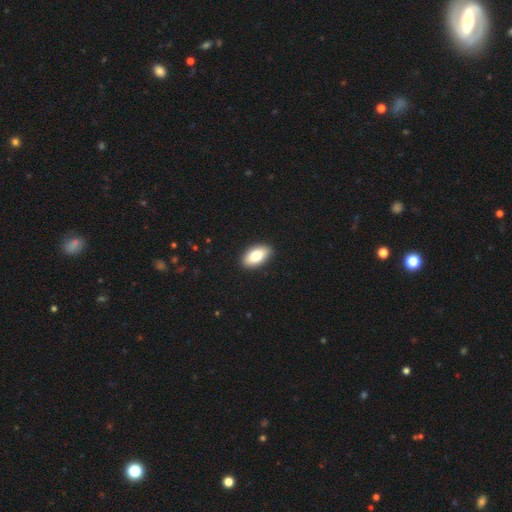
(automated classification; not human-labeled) Morphology: type=smooth (81%); roundness=in between (93%); merging=none (90%).